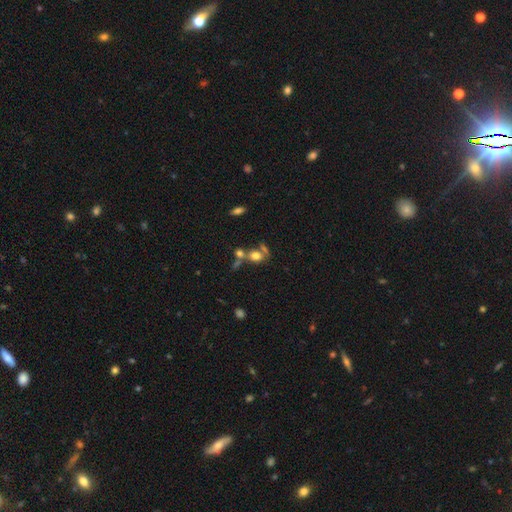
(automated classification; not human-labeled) This is likely a smooth galaxy (67%). How rounded: possibly in between (49%). Merging: marginally merger (44%).